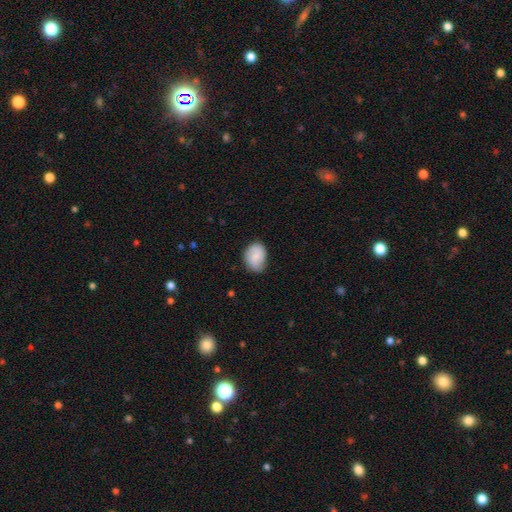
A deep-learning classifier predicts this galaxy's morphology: A smooth galaxy with no disk features (68%) that is in between round and cigar-shaped (67%). Merging: none (72%).